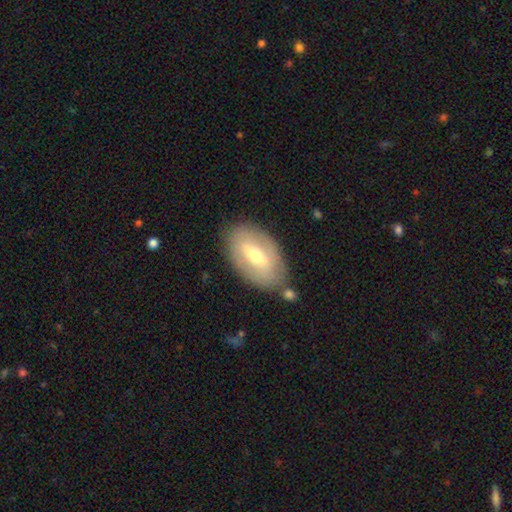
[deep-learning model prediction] Q: Smooth or featured?
A: featured or disk (56%); runner-up: smooth (38%)
Q: Edge-on disk?
A: no (86%); runner-up: yes (14%)
Q: Merging?
A: none (76%); runner-up: minor disturbance (15%)